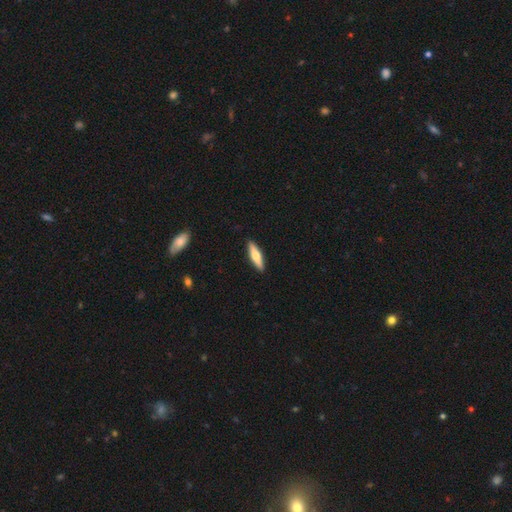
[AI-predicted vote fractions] This is possibly a smooth galaxy (51%). How rounded: likely cigar-shaped (70%). Merging: clearly none (91%).